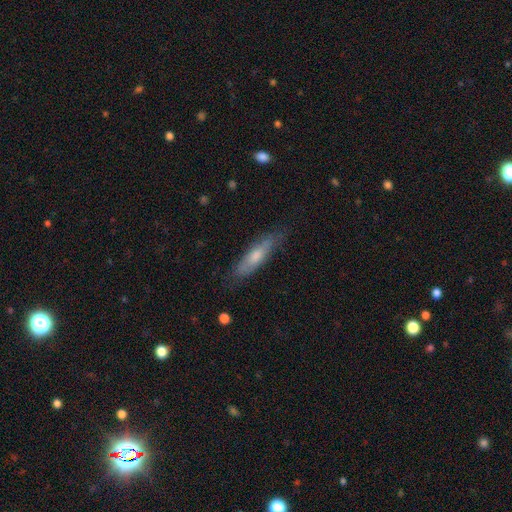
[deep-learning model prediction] Morphology: type=smooth (54%); roundness=cigar-shaped (77%); merging=none (78%).